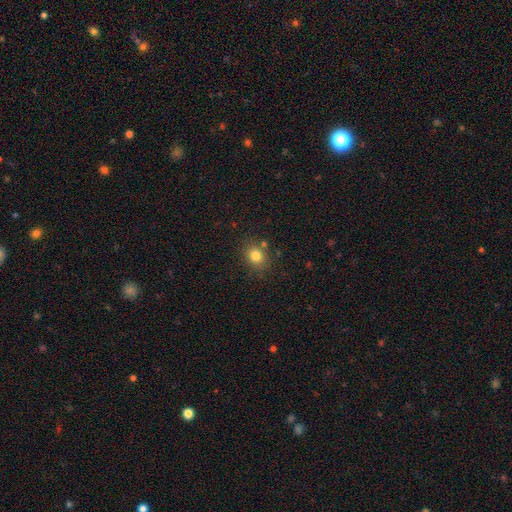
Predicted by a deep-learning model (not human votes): The model was most divided on "how rounded": round: 61%, in between: 38%, cigar-shaped: 1%. More confident: smooth or featured — smooth (80%); merging — none (78%).